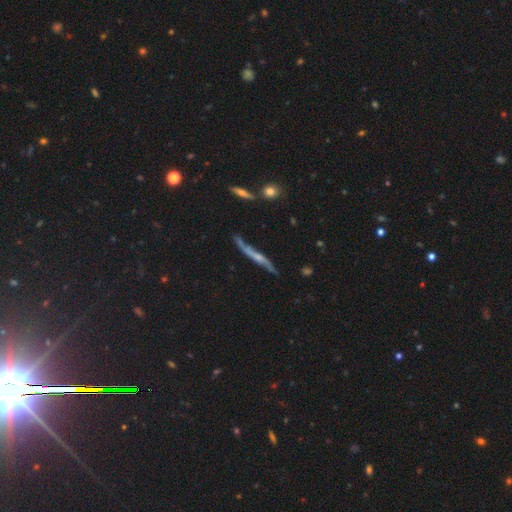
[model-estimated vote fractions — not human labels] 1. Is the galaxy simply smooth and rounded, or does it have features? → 71% featured or disk, 21% smooth, 9% star or artifact.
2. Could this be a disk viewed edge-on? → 77% yes, 23% no.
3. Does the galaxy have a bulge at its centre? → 55% rounded, 35% none, 10% boxy.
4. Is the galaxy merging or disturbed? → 65% none, 23% minor disturbance, 7% major disturbance, 5% merger.